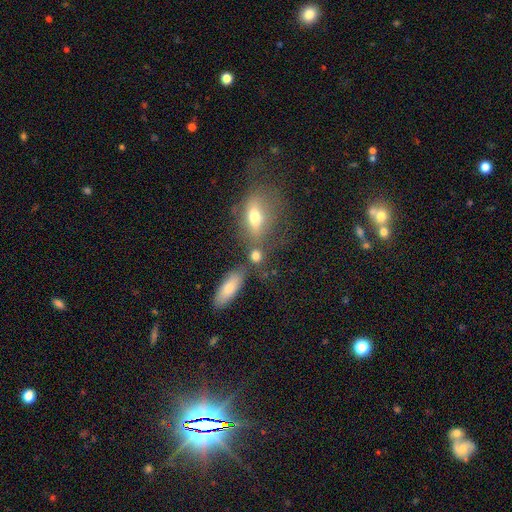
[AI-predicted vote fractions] Smooth or featured?
  - smooth: 75% *
  - star or artifact: 14%
  - featured or disk: 11%
How rounded?
  - round: 52% *
  - in between: 40%
  - cigar-shaped: 8%
Merging?
  - none: 60% *
  - merger: 22%
  - minor disturbance: 12%
  - major disturbance: 6%